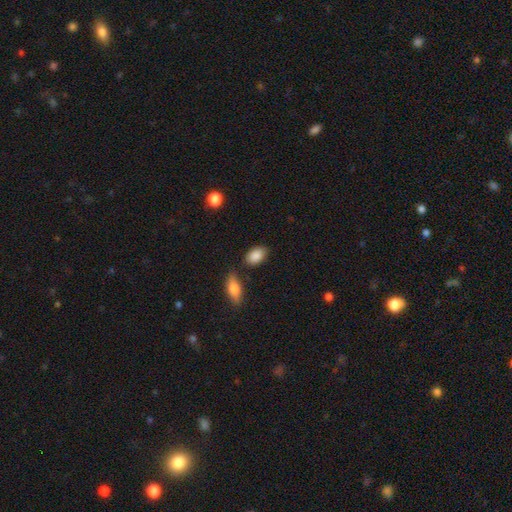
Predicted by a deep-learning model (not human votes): A smooth galaxy with no disk features (87%) that is in between round and cigar-shaped (88%).

Vote fractions:
- Smooth or featured? smooth: 87% / star or artifact: 7% / featured or disk: 5%
- How rounded? in between: 88% / round: 10% / cigar-shaped: 2%
- Merging? none: 77% / minor disturbance: 14% / merger: 6% / major disturbance: 3%